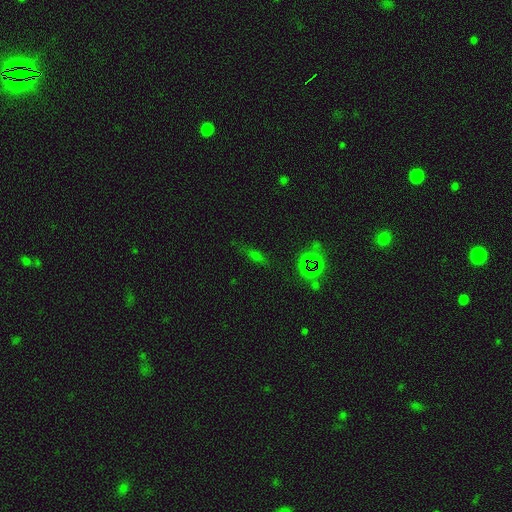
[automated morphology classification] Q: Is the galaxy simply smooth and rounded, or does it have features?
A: smooth — 41%.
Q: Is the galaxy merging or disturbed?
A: none — 74%.